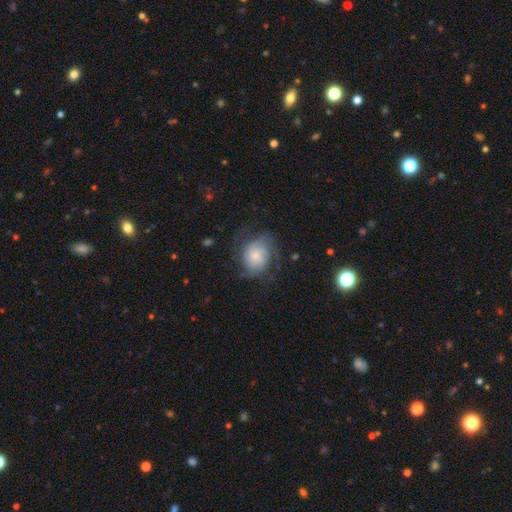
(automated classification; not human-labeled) This appears to be a featured or disk galaxy (67%) with no bar (74%), tight (42%) spiral arms (91%) and a small central bulge (47%). Merging: none (60%).